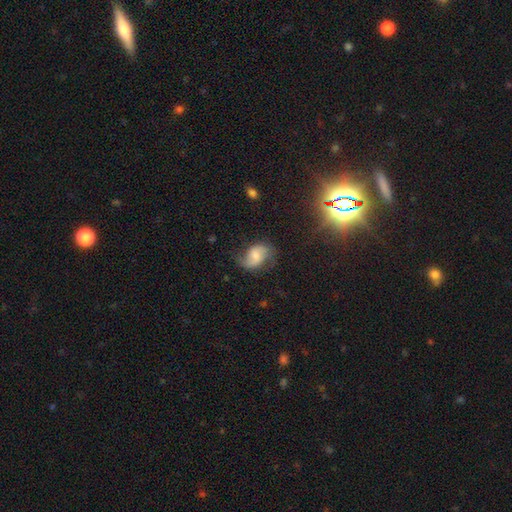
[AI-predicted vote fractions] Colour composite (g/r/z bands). It shows a featured or disk galaxy (66%) with no bar (44%), 2 (86%) loose (58%) spiral arms (92%) and a moderate central bulge (40%). Merging: none (63%).